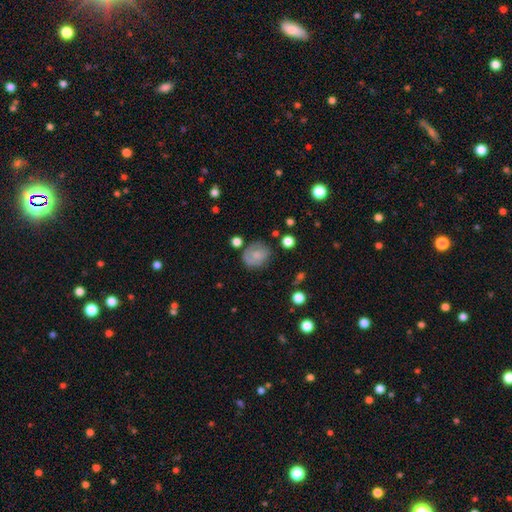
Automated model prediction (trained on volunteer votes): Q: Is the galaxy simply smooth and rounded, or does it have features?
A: smooth — 69%.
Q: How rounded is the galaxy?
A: round — 67%.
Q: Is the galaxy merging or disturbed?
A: none — 62%.